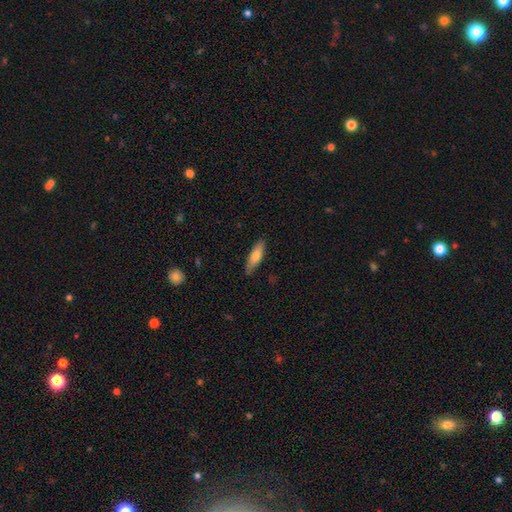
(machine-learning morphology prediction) smooth-or-featured: smooth: 71% | featured or disk: 23% | star or artifact: 6%
  how-rounded: cigar-shaped: 59% | in between: 39% | round: 2%
  merging: none: 86% | minor disturbance: 11% | major disturbance: 2% | merger: 1%